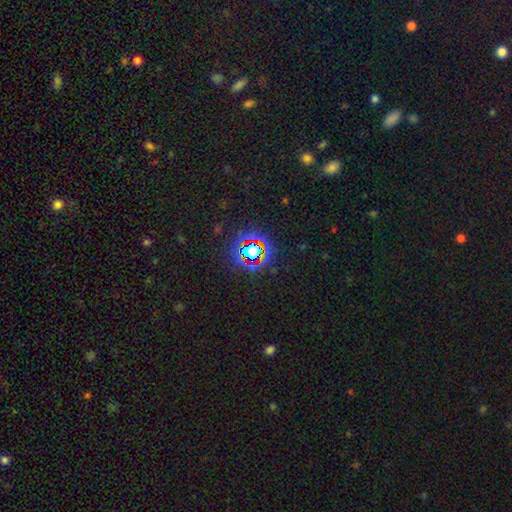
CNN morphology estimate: This is likely a star or artifact rather than a galaxy (76%).